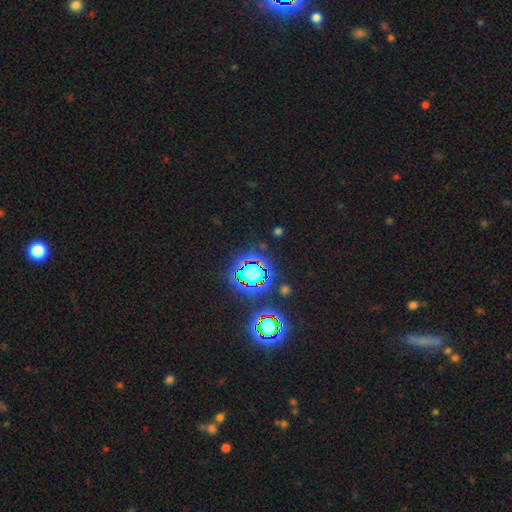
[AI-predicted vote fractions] smooth_or_featured: star or artifact (p=0.79) [alt: smooth p=0.13]